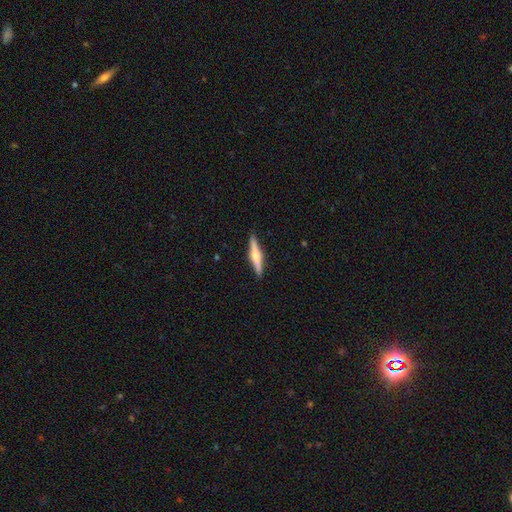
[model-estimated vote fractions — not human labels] featured or disk 58%, smooth 36%, star or artifact 6%. Down the decision tree: edge-on disk — yes (97%); edge-on bulge — rounded (78%); merging — none (90%).